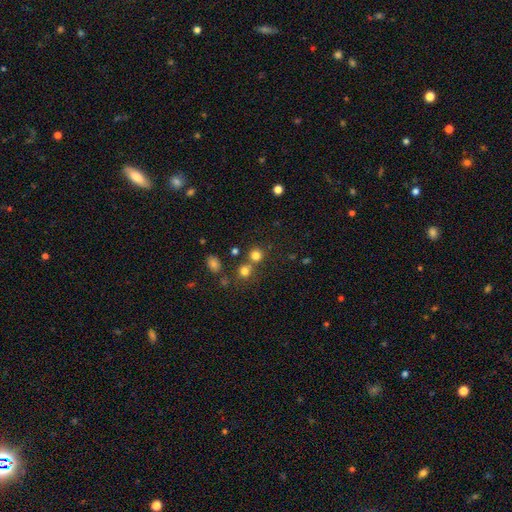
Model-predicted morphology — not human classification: Smooth or featured?
  - smooth: 75% *
  - star or artifact: 17%
  - featured or disk: 7%
How rounded?
  - round: 90% *
  - in between: 9%
  - cigar-shaped: 1%
Merging?
  - none: 64% *
  - merger: 26%
  - minor disturbance: 7%
  - major disturbance: 3%